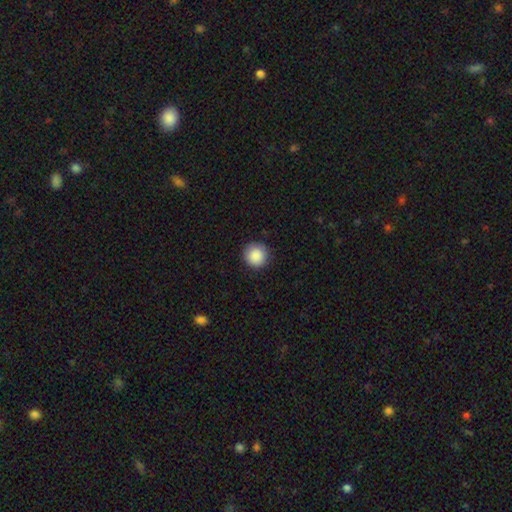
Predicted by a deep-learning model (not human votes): Q: Smooth or featured?
A: smooth (89%); runner-up: star or artifact (8%)
Q: How rounded?
A: round (95%); runner-up: in between (4%)
Q: Merging?
A: none (90%); runner-up: minor disturbance (7%)